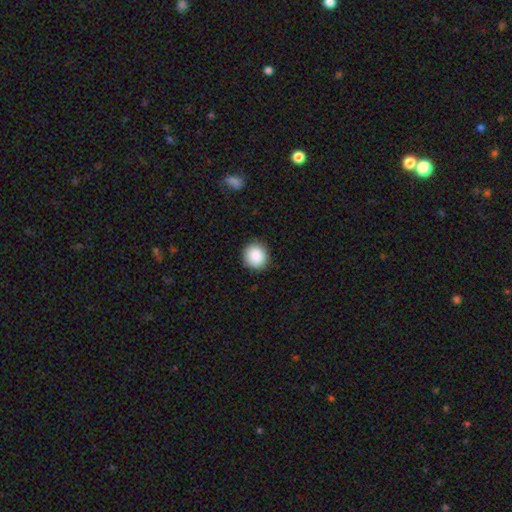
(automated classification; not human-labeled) Smooth or featured? Predicted: smooth (p=0.89). How rounded? Predicted: round (p=0.88). Merging? Predicted: none (p=0.90).